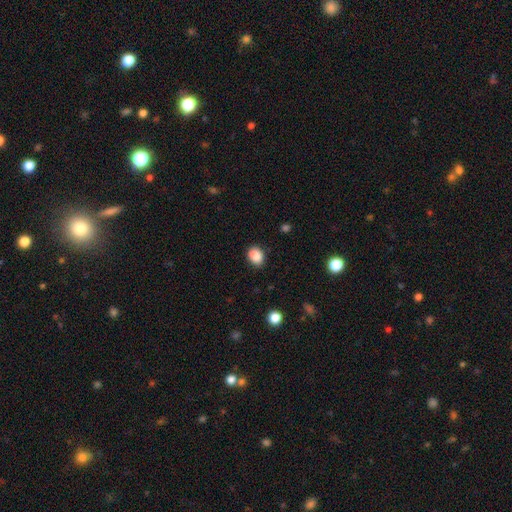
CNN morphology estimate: Smooth or featured? smooth (88%)
How rounded? in between (65%)
Merging? none (85%)